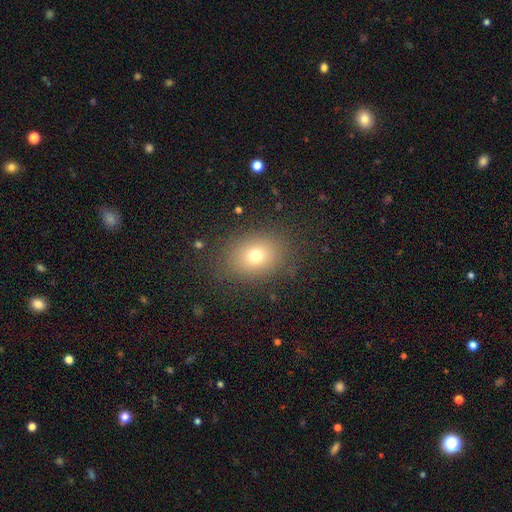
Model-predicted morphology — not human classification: Overall: smooth (73%). How rounded: in between (56%; round 43%). Merging: none (84%).